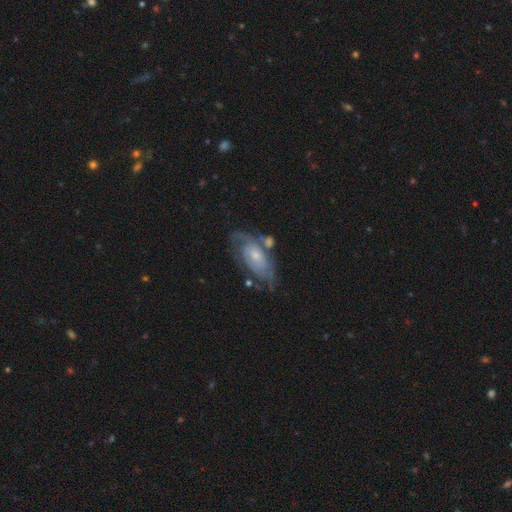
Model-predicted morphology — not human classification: Smooth or featured?
  - featured or disk: 75% *
  - smooth: 20%
  - star or artifact: 6%
Edge-on disk?
  - no: 94% *
  - yes: 6%
Bar?
  - no: 73% *
  - weak: 23%
  - strong: 4%
Spiral arms?
  - yes: 85% *
  - no: 15%
Spiral winding?
  - tight: 57% *
  - medium: 32%
  - loose: 12%
Spiral arm count?
  - can't tell: 43% *
  - 2: 39%
  - 3: 7%
  - 1: 5%
  - 4: 3%
  - more than 4: 3%
Bulge size?
  - small: 58% *
  - moderate: 36%
  - large: 3%
  - none: 2%
  - dominant: 1%
Merging?
  - none: 54% *
  - minor disturbance: 22%
  - major disturbance: 13%
  - merger: 11%